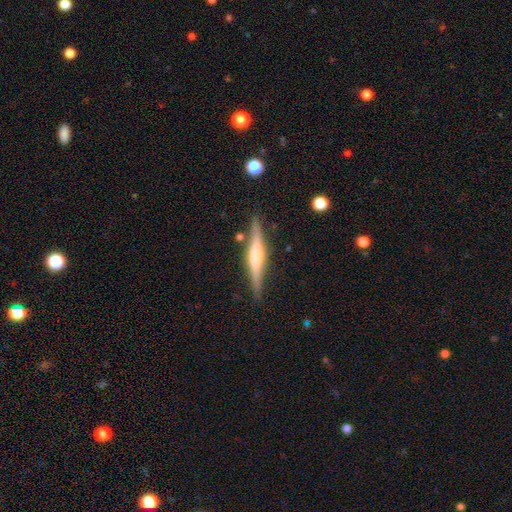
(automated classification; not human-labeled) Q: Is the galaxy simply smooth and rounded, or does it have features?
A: featured or disk — 70%.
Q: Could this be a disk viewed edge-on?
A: yes — 97%.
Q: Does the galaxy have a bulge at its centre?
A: rounded — 60%.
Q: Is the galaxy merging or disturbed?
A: none — 84%.